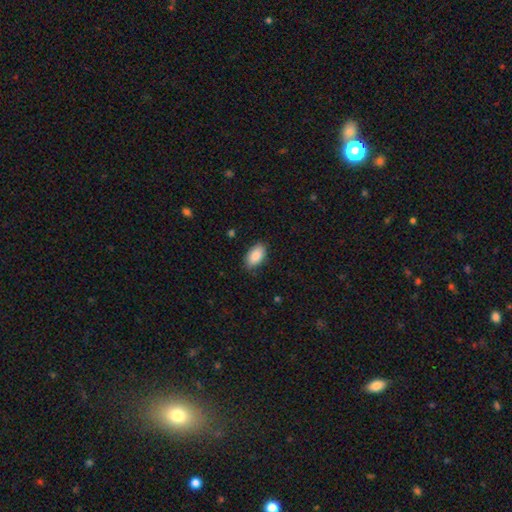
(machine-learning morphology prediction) This appears to be a smooth galaxy with no disk features (89%) that is in between round and cigar-shaped (94%). Merging: none (83%).